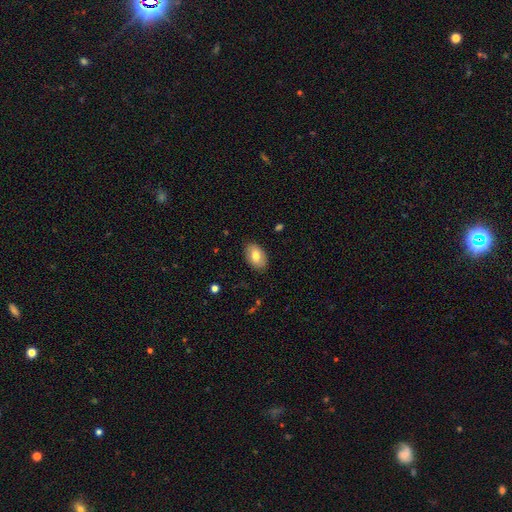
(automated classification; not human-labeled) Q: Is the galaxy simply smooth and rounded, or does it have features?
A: smooth — 75%.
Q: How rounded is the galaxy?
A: in between — 90%.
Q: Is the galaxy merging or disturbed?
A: none — 87%.